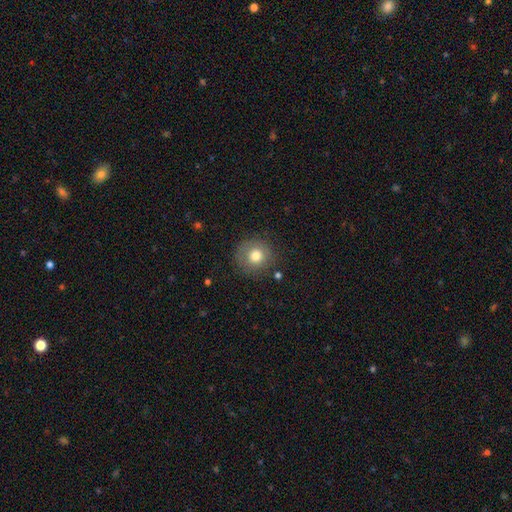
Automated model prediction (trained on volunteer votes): smooth 76%, featured or disk 14%, star or artifact 10%. Down the decision tree: how rounded — round (93%); merging — none (83%).